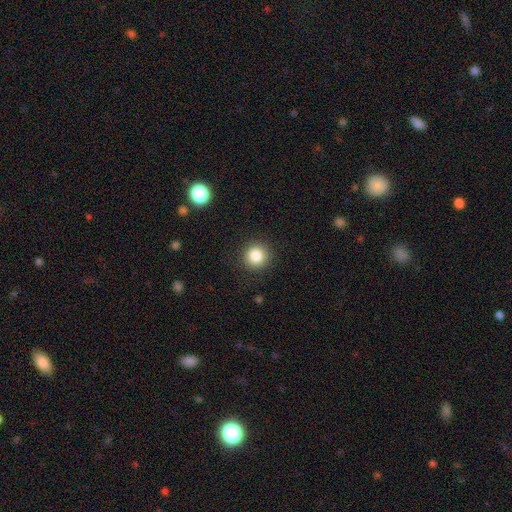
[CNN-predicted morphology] Smooth or featured?
  - smooth: 84% *
  - star or artifact: 11%
  - featured or disk: 5%
How rounded?
  - round: 94% *
  - in between: 5%
  - cigar-shaped: 1%
Merging?
  - none: 91% *
  - minor disturbance: 6%
  - major disturbance: 2%
  - merger: 1%